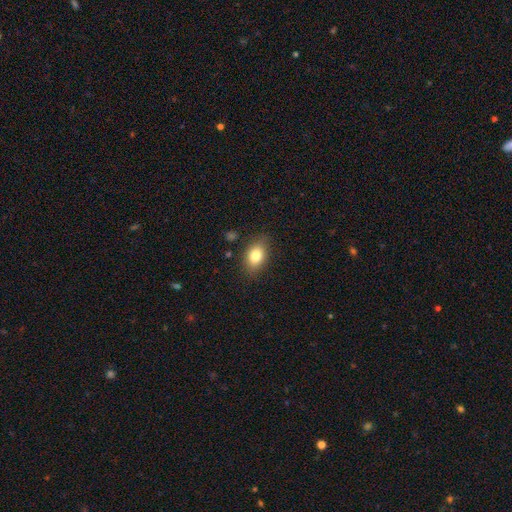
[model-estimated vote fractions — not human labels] The model was most divided on "how rounded": in between: 82%, round: 16%, cigar-shaped: 2%. More confident: merging — none (83%); smooth or featured — smooth (81%).